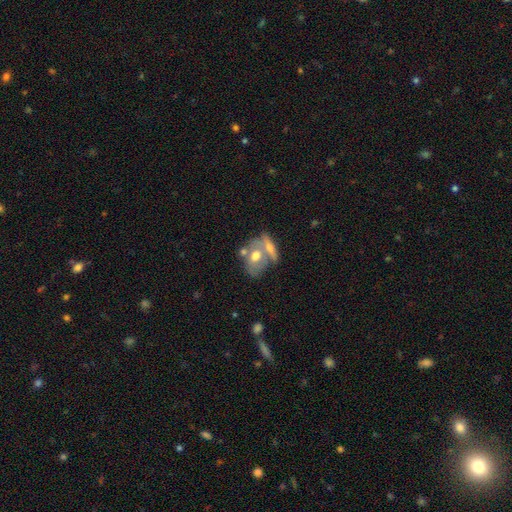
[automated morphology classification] A smooth galaxy with no disk features (52%) that is in between round and cigar-shaped (66%). Merging: merger (50%).